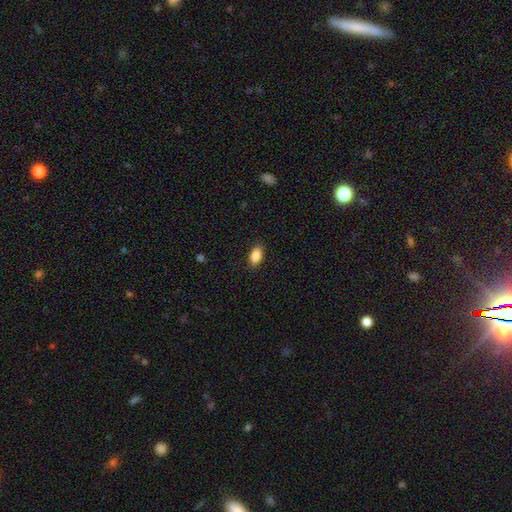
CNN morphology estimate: Smooth or featured? Predicted: smooth (p=0.88). How rounded? Predicted: in between (p=0.91). Merging? Predicted: none (p=0.88).